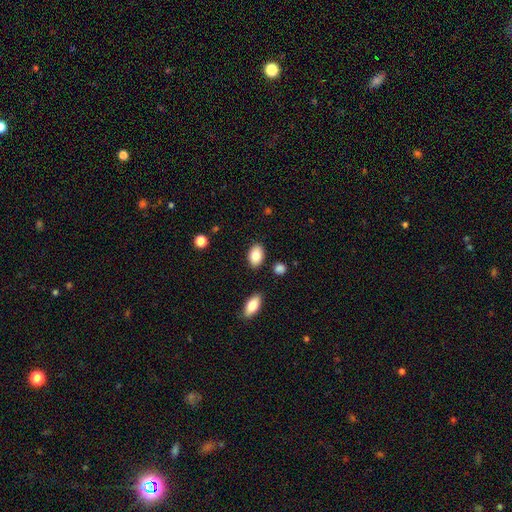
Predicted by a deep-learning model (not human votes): Smooth or featured? Predicted: smooth (p=0.84). How rounded? Predicted: in between (p=0.90). Merging? Predicted: none (p=0.85).